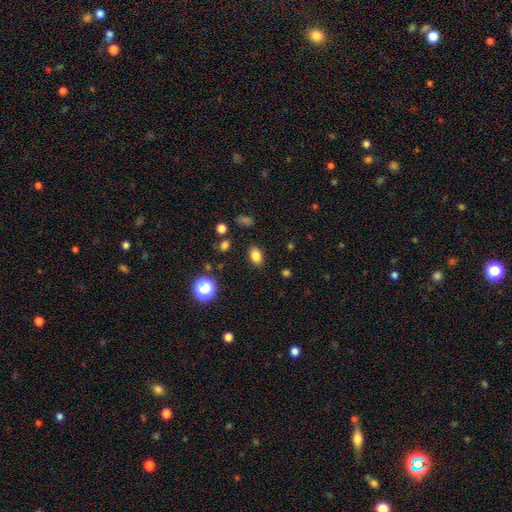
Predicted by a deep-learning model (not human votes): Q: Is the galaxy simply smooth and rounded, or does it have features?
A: smooth — 81%.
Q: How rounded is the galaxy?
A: in between — 80%.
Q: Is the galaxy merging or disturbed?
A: none — 86%.